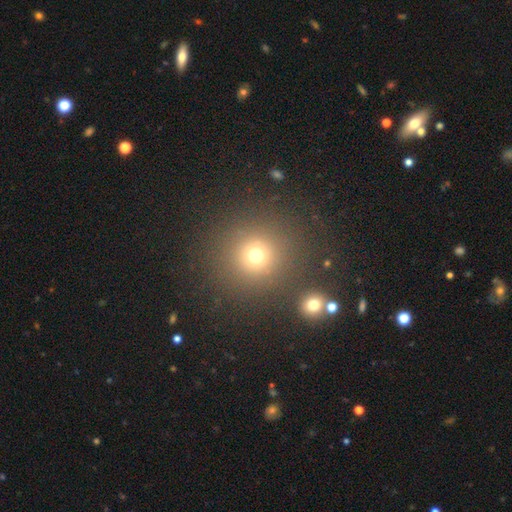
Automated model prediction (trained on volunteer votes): smooth_or_featured: smooth (p=0.70) [alt: star or artifact p=0.21]
how_rounded: round (p=0.91) [alt: in between p=0.08]
merging: none (p=0.81) [alt: minor disturbance p=0.08]